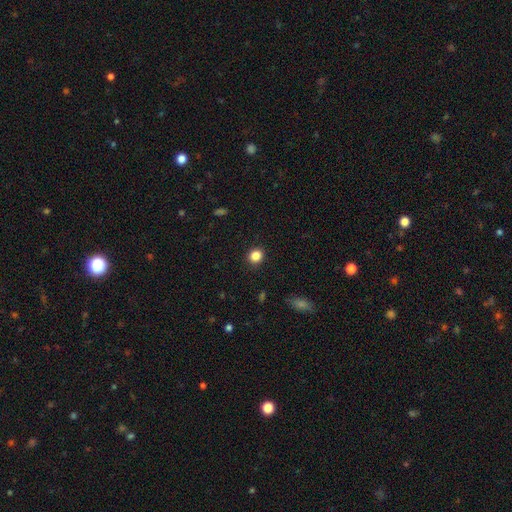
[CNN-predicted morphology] Smooth or featured: smooth — 85% (star or artifact — 11%)
How rounded: round — 81% (in between — 18%)
Merging: none — 91% (minor disturbance — 6%)